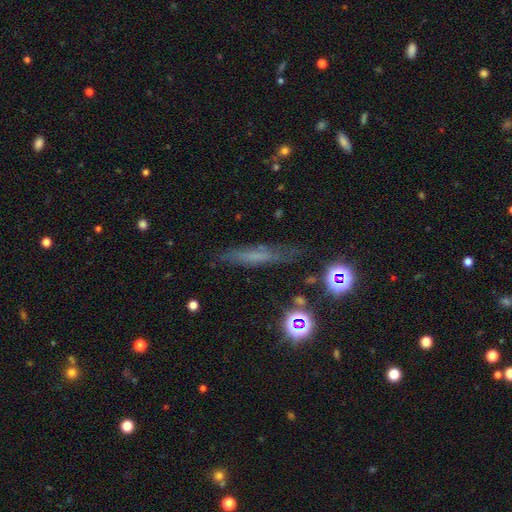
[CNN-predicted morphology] Smooth or featured: smooth — 46% (featured or disk — 35%)
Merging: none — 73% (minor disturbance — 18%)